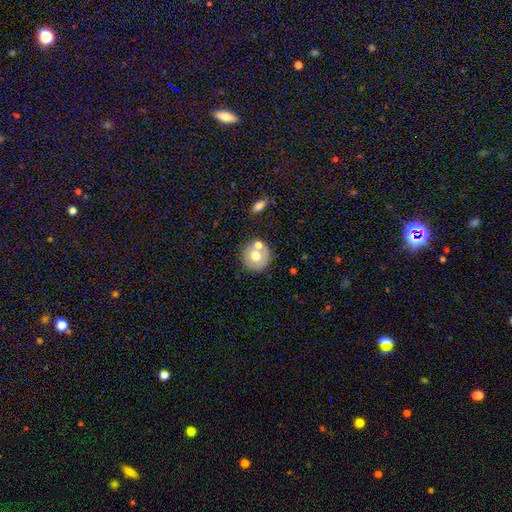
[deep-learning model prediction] This appears to be a smooth galaxy with no disk features (64%) that is round (90%). Merging: none (65%).